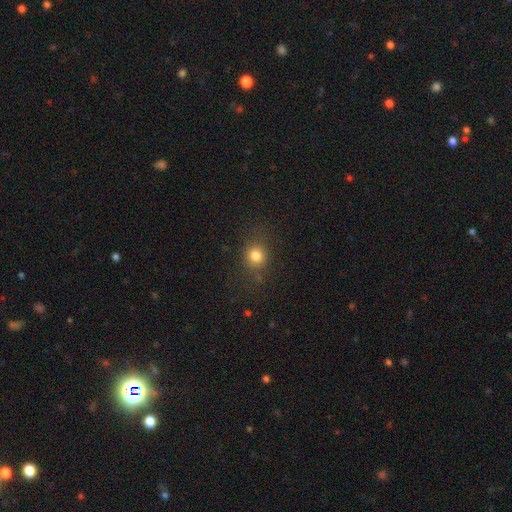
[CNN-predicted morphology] Smooth or featured?
  - smooth: 80% *
  - star or artifact: 13%
  - featured or disk: 6%
How rounded?
  - round: 79% *
  - in between: 20%
  - cigar-shaped: 1%
Merging?
  - none: 79% *
  - minor disturbance: 13%
  - major disturbance: 6%
  - merger: 2%